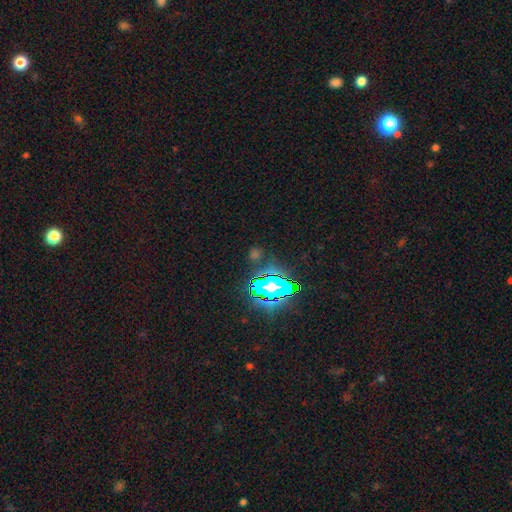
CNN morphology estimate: Smooth or featured? star or artifact (67%)